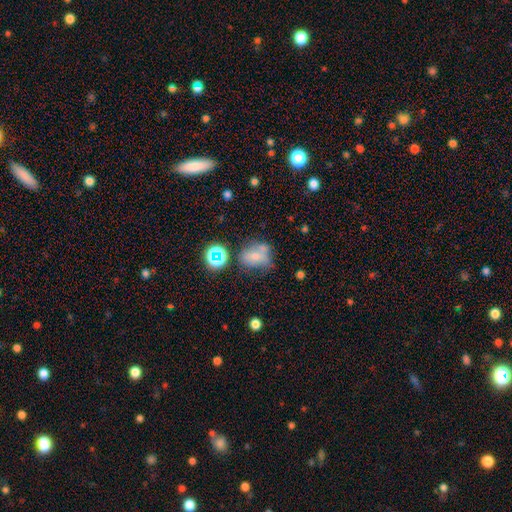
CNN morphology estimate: Smooth or featured? Predicted: smooth (p=0.59). How rounded? Predicted: round (p=0.49, tied with in between). Merging? Predicted: none (p=0.41).